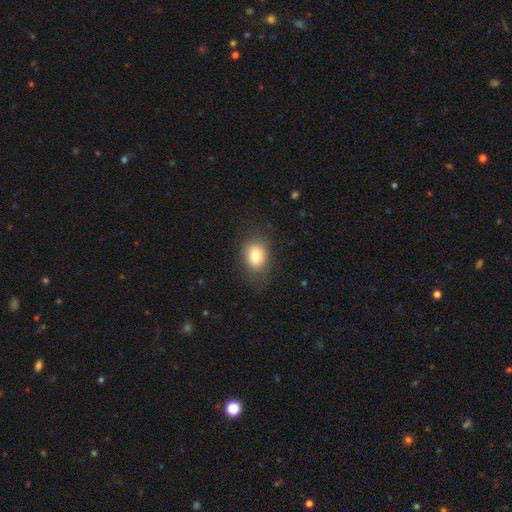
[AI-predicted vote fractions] Q: Smooth or featured?
A: smooth (80%); runner-up: featured or disk (10%)
Q: How rounded?
A: in between (63%); runner-up: round (36%)
Q: Merging?
A: none (78%); runner-up: minor disturbance (15%)